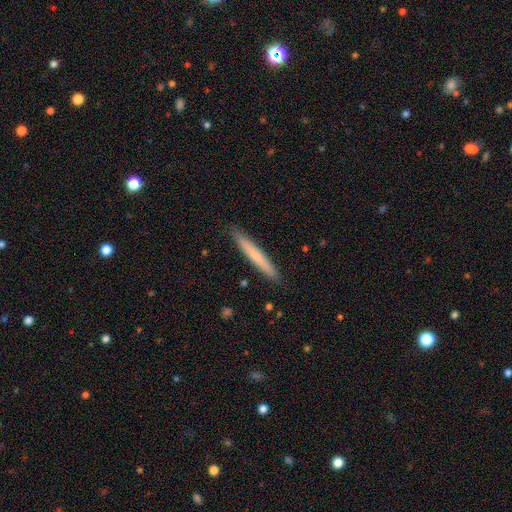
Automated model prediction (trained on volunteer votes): Smooth or featured? Predicted: smooth (p=0.68). How rounded? Predicted: cigar-shaped (p=0.96). Merging? Predicted: none (p=0.90).